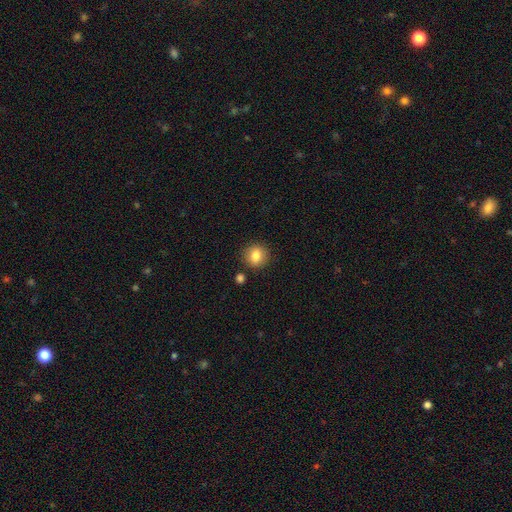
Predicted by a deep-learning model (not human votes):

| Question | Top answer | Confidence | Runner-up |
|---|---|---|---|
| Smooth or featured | smooth | 84% | star or artifact (9%) |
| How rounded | round | 81% | in between (17%) |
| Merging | none | 86% | minor disturbance (8%) |